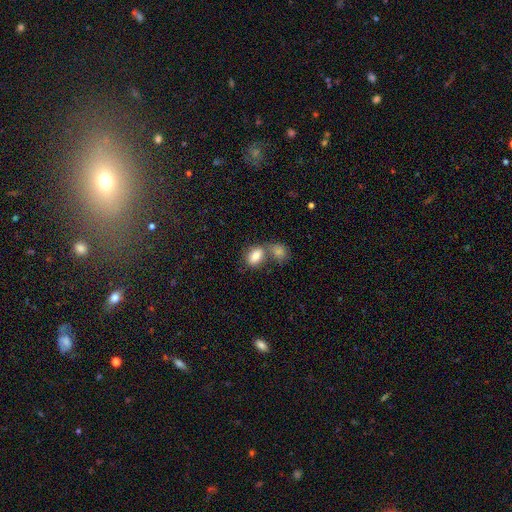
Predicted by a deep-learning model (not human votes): The model was most divided on "merging": merger: 49%, none: 36%, minor disturbance: 10%, major disturbance: 4%. More confident: how rounded — in between (86%); smooth or featured — smooth (84%).